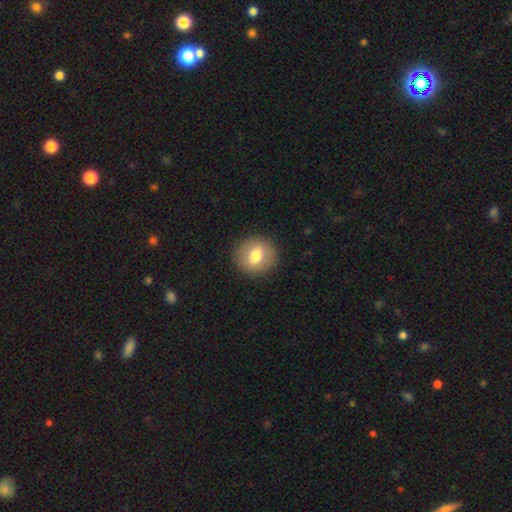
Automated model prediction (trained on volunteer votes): A smooth galaxy with no disk features (71%) that is round (77%).

Vote fractions:
- Smooth or featured? smooth: 71% / featured or disk: 21% / star or artifact: 8%
- How rounded? round: 77% / in between: 22% / cigar-shaped: 1%
- Merging? none: 89% / minor disturbance: 7% / major disturbance: 3% / merger: 1%